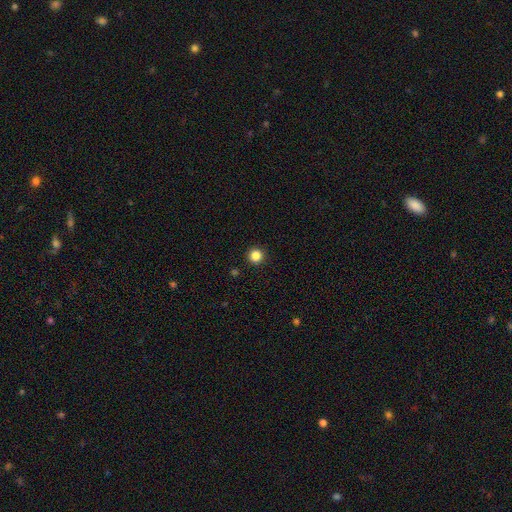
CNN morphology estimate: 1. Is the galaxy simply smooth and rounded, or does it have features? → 85% smooth, 12% star or artifact, 3% featured or disk.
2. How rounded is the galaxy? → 96% round, 3% in between, 1% cigar-shaped.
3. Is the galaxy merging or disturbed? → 93% none, 4% minor disturbance, 2% major disturbance, 1% merger.